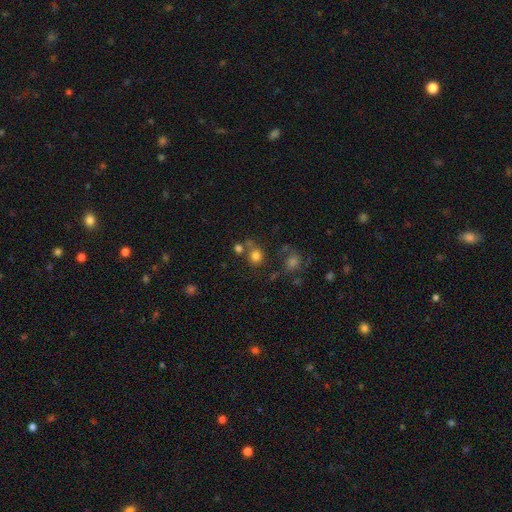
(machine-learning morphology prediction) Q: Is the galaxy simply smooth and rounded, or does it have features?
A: smooth — 76%.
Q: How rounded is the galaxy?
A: round — 83%.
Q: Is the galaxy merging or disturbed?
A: none — 60%.